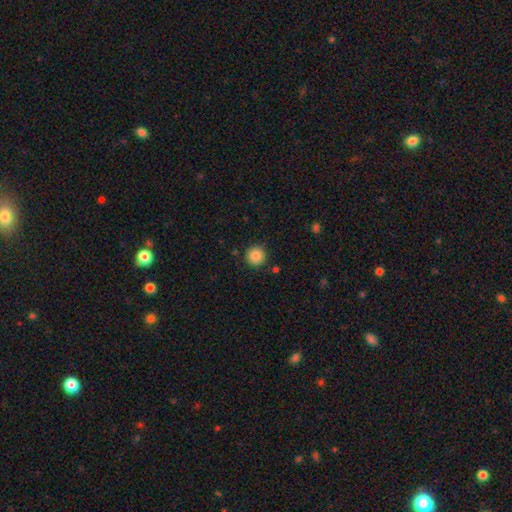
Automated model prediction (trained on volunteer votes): Morphology: type=smooth (88%); roundness=round (95%); merging=none (90%).